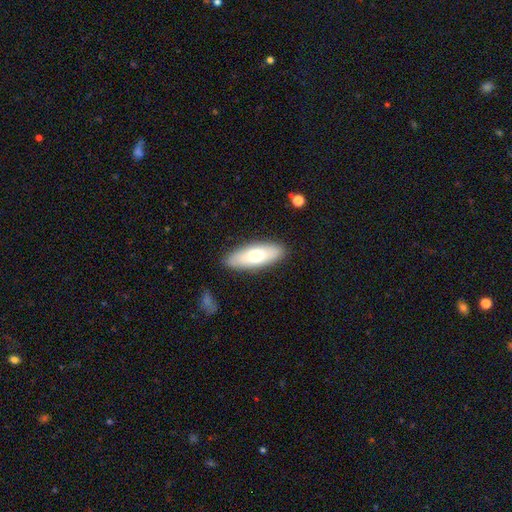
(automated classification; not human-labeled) smooth 68%, featured or disk 27%, star or artifact 6%. Down the decision tree: how rounded — in between (67%); merging — none (88%).